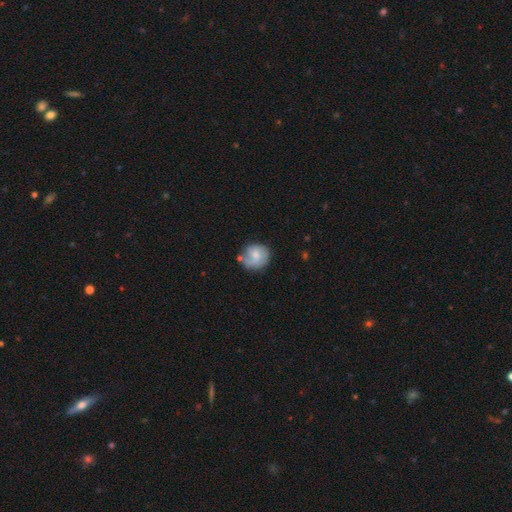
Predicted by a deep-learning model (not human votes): Smooth or featured?
  - smooth: 48% *
  - featured or disk: 45%
  - star or artifact: 7%
Merging?
  - none: 58% *
  - minor disturbance: 25%
  - major disturbance: 11%
  - merger: 7%